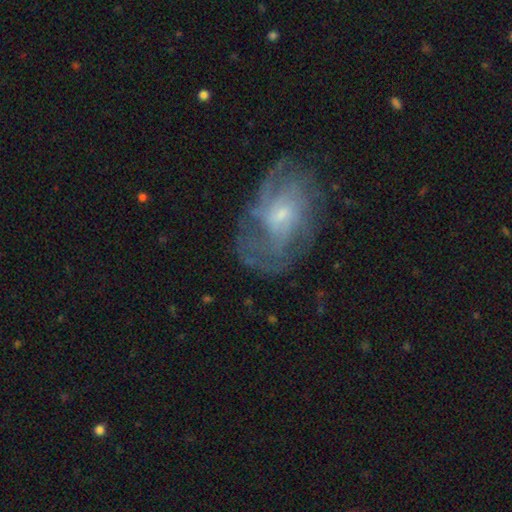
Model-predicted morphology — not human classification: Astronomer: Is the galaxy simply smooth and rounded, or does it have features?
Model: featured or disk — 73%.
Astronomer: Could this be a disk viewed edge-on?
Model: no — 96%.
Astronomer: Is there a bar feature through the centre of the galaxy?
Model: no — 59% (runner-up: weak, 36%).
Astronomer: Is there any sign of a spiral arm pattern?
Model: yes — 83%.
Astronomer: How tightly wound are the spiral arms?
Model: tight — 42% (runner-up: medium, 40%).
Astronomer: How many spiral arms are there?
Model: can't tell — 49%.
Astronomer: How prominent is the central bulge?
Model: small — 62%.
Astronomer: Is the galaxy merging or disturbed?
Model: none — 66%.